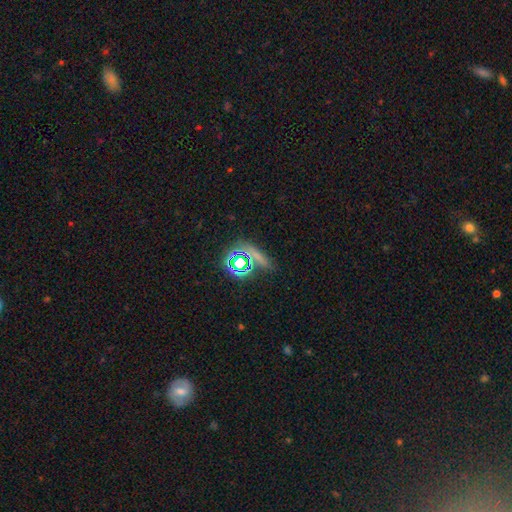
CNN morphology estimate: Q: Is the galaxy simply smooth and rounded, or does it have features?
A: star or artifact — 47%.